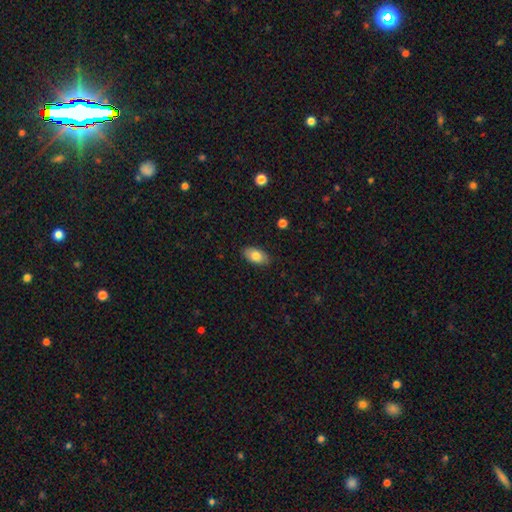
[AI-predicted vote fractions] Overall: smooth (80%). How rounded: in between (93%). Merging: none (87%).